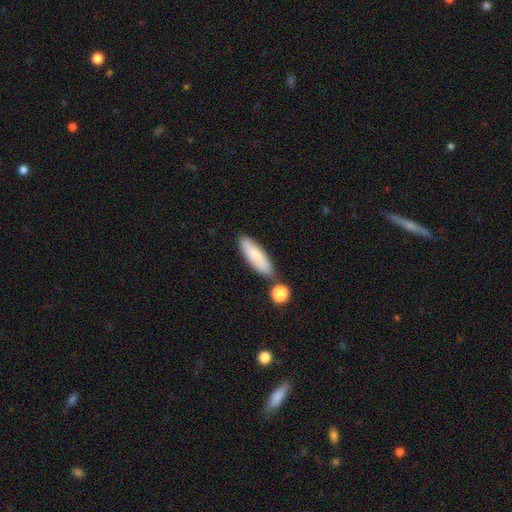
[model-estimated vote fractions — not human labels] smooth_or_featured: smooth (p=0.79) [alt: featured or disk p=0.15]
how_rounded: cigar-shaped (p=0.55) [alt: in between p=0.43]
merging: none (p=0.71) [alt: minor disturbance p=0.15]